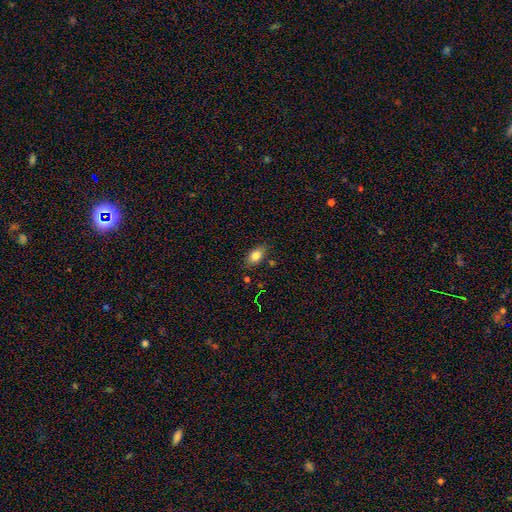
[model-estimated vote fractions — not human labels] smooth-or-featured: smooth: 82% | star or artifact: 9% | featured or disk: 8%
  how-rounded: in between: 87% | round: 9% | cigar-shaped: 4%
  merging: none: 80% | minor disturbance: 14% | merger: 3% | major disturbance: 3%